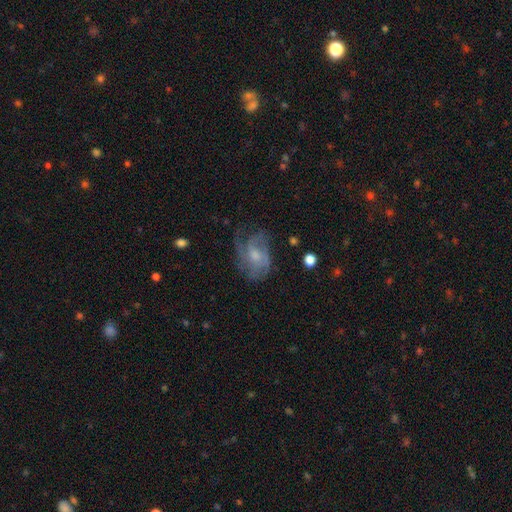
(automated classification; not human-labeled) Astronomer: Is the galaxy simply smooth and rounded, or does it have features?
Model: featured or disk — 68%.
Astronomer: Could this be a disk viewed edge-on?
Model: no — 97%.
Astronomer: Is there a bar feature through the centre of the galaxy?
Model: no — 66%.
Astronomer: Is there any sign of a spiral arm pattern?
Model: yes — 82%.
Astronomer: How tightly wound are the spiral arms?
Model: medium — 43% (runner-up: tight, 31%).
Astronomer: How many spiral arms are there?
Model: can't tell — 36% (runner-up: 3, 22%).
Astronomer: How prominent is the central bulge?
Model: moderate — 48% (runner-up: small, 36%).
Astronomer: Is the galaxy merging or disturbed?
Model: none — 48% (runner-up: minor disturbance, 25%).